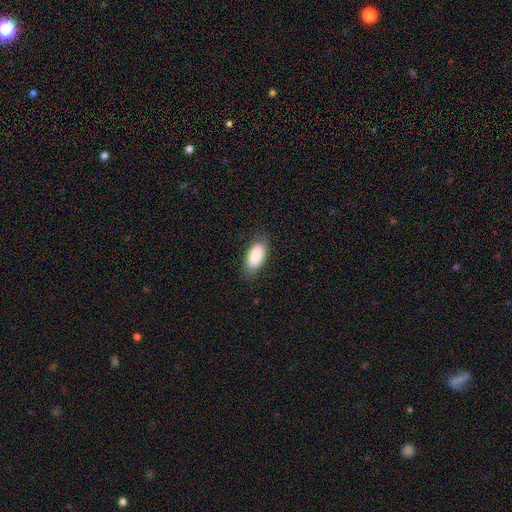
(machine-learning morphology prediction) smooth-or-featured: smooth: 87% | featured or disk: 7% | star or artifact: 6%
  how-rounded: in between: 91% | cigar-shaped: 6% | round: 2%
  merging: none: 80% | minor disturbance: 15% | major disturbance: 4% | merger: 1%